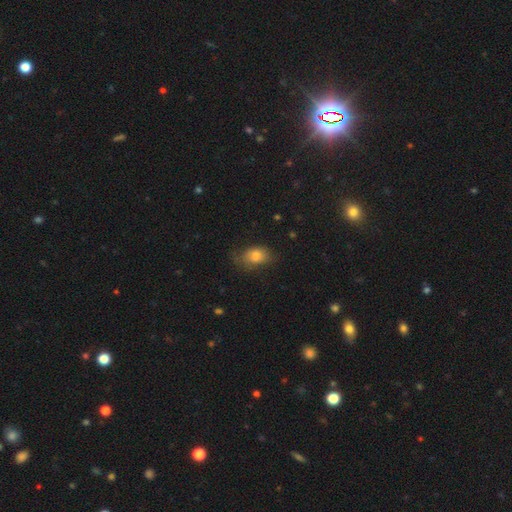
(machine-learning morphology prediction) type=smooth (78%); roundness=in between (79%); merging=none (62%).